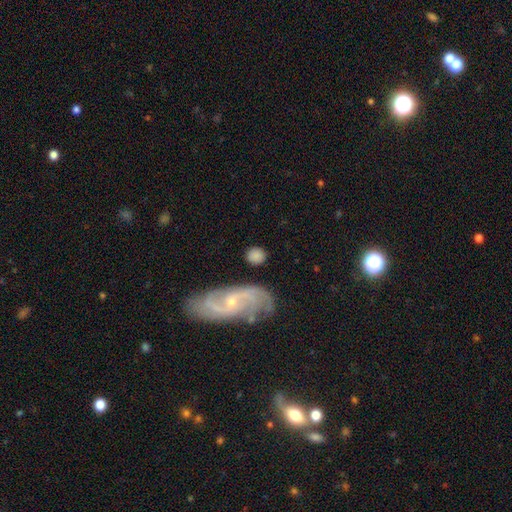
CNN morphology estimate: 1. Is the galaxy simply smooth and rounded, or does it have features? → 72% smooth, 21% featured or disk, 7% star or artifact.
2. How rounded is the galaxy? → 70% round, 27% in between, 3% cigar-shaped.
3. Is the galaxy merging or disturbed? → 75% none, 12% minor disturbance, 6% major disturbance, 6% merger.